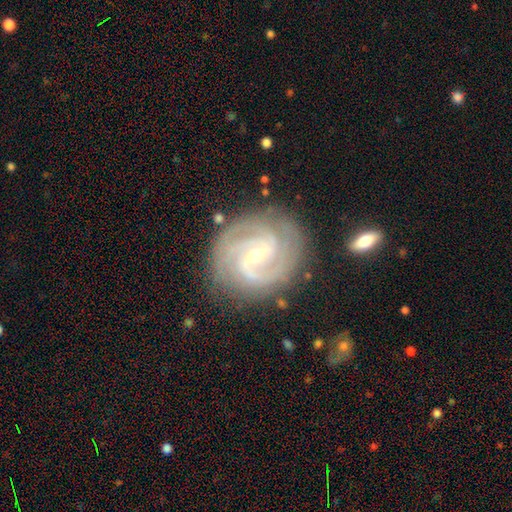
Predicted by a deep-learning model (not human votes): Smooth or featured? featured or disk (91%)
Edge-on disk? no (97%)
Bar? weak (47%)
Spiral arms? yes (98%)
Spiral winding? tight (62%)
Spiral arm count? 2 (35%)
Bulge size? small (58%)
Merging? none (81%)